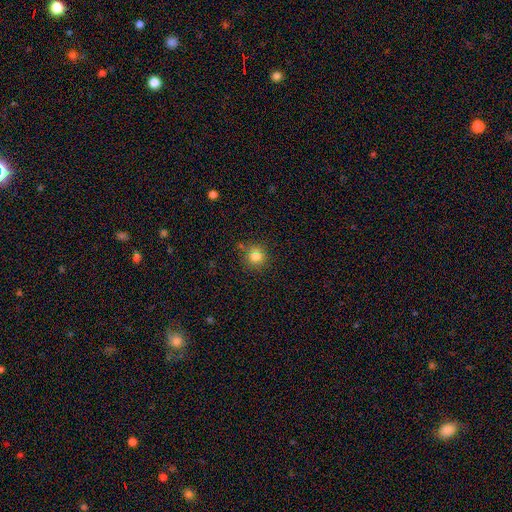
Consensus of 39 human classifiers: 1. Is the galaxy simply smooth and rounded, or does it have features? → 85% smooth, 10% star or artifact, 5% featured or disk.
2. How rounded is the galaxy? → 91% round, 9% in between, 0% cigar-shaped.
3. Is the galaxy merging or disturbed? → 91% none, 6% minor disturbance, 3% merger, 0% major disturbance.